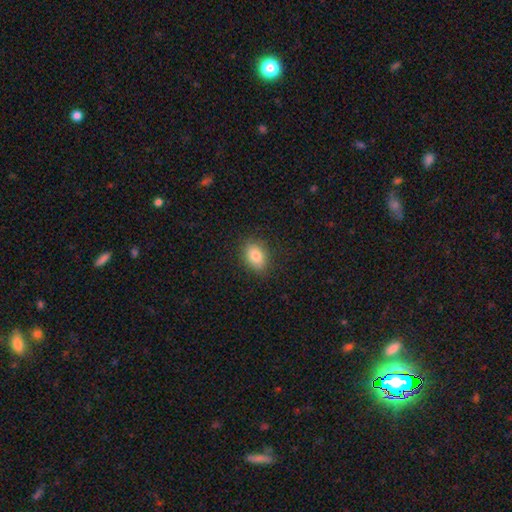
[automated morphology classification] smooth 83%, star or artifact 9%, featured or disk 8%. Down the decision tree: how rounded — in between (74%); merging — none (85%).